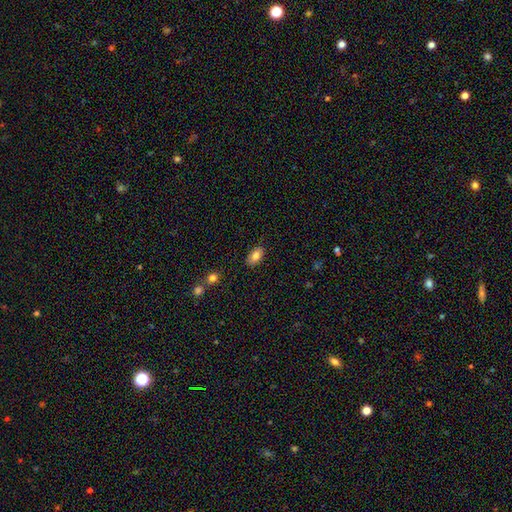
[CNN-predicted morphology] smooth 82%, featured or disk 10%, star or artifact 8%. Down the decision tree: how rounded — in between (90%); merging — none (85%).